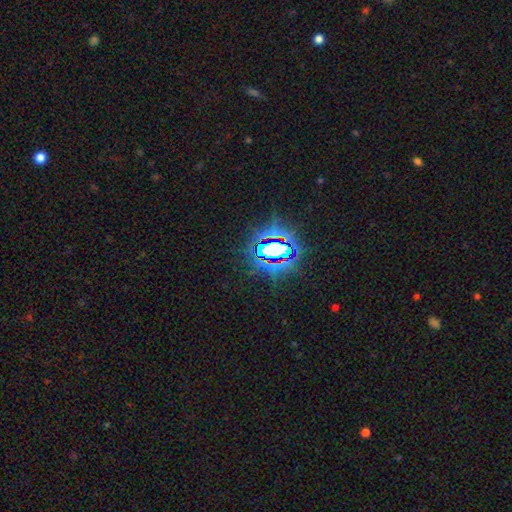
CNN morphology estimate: smooth_or_featured: star or artifact (p=0.83) [alt: smooth p=0.10]